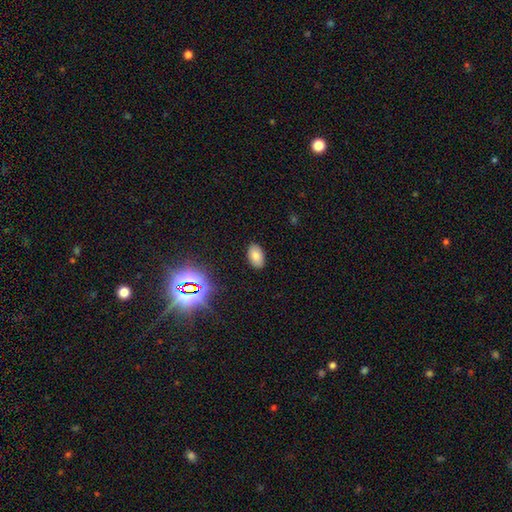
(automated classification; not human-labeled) smooth-or-featured: smooth: 74% | star or artifact: 16% | featured or disk: 10%
  how-rounded: in between: 93% | round: 6% | cigar-shaped: 2%
  merging: none: 88% | minor disturbance: 9% | major disturbance: 2% | merger: 1%